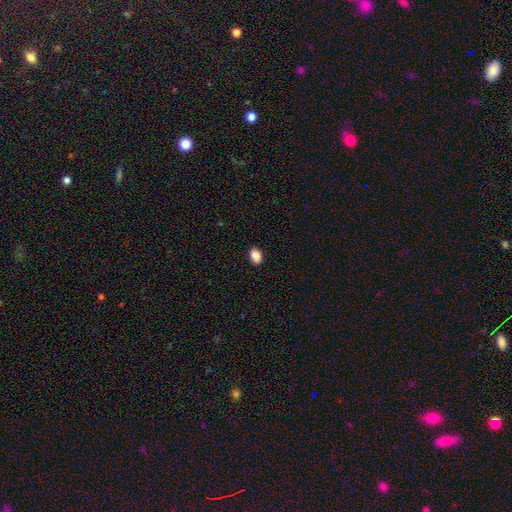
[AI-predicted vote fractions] Morphology: type=smooth (88%); roundness=in between (82%); merging=none (88%).